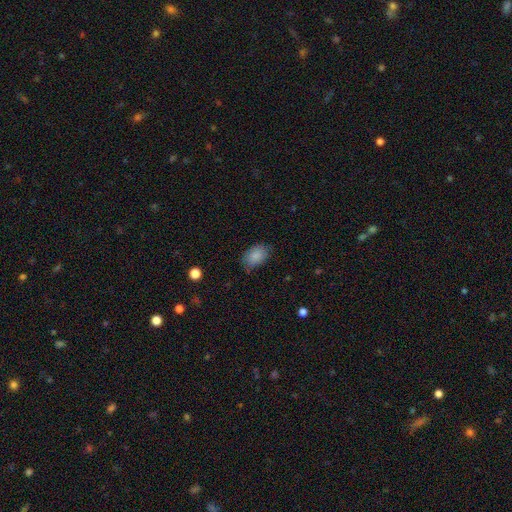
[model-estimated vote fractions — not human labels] This is clearly a smooth galaxy (87%). How rounded: clearly in between (87%). Merging: likely none (75%).